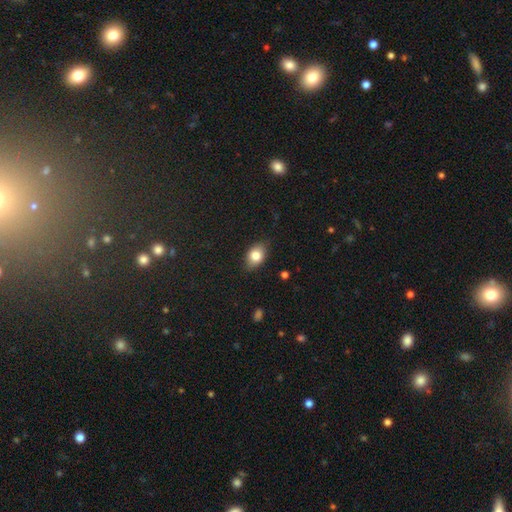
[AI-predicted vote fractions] smooth-or-featured: smooth: 80% | featured or disk: 11% | star or artifact: 9%
  how-rounded: in between: 78% | round: 20% | cigar-shaped: 2%
  merging: none: 82% | minor disturbance: 14% | major disturbance: 3% | merger: 1%